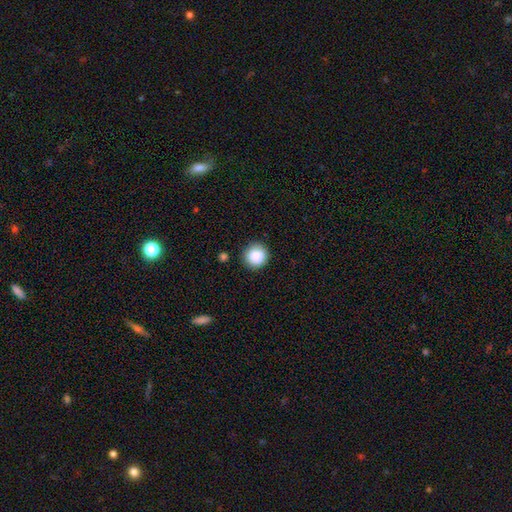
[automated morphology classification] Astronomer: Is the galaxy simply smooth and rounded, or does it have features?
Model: smooth — 87%.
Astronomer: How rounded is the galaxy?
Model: round — 94%.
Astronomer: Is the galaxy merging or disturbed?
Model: none — 88%.